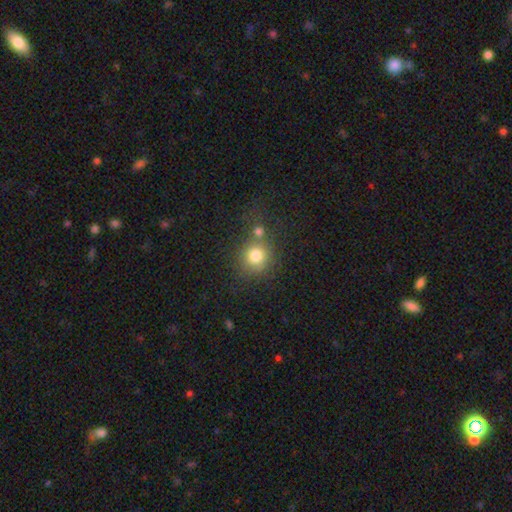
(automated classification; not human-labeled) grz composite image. It shows a smooth galaxy with no disk features (79%) that is round (87%). Merging: none (56%).